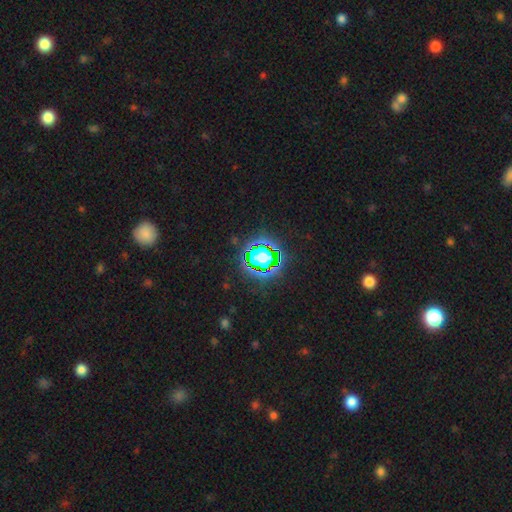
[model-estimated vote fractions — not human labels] Smooth or featured?
  - star or artifact: 78% *
  - smooth: 14%
  - featured or disk: 7%